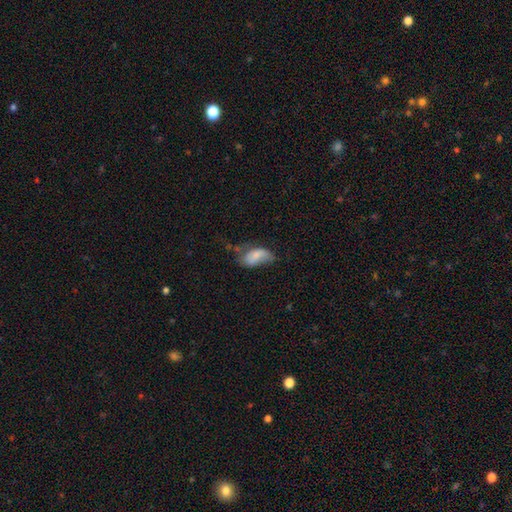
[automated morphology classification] smooth 65%, featured or disk 26%, star or artifact 8%. Down the decision tree: how rounded — in between (93%); merging — minor disturbance (35%).